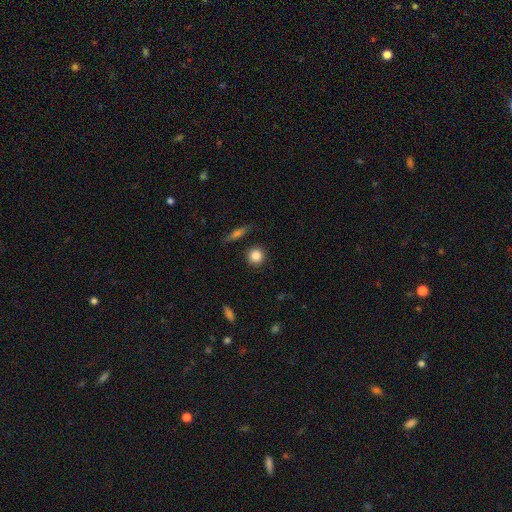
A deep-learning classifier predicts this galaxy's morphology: A smooth galaxy with no disk features (85%) that is round (91%). Merging: none (88%).